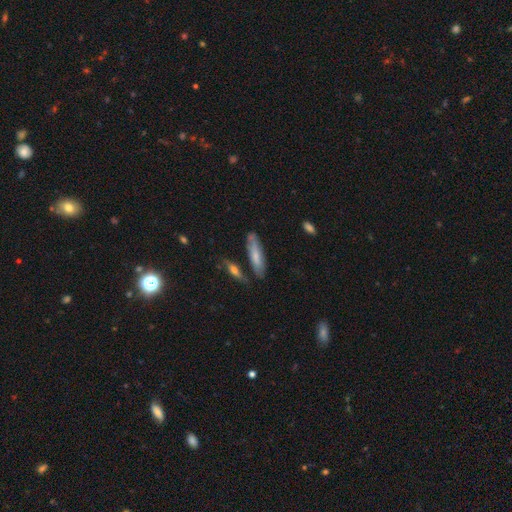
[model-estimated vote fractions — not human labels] A smooth galaxy with no disk features (65%) that is cigar-shaped (70%). Merging: none (71%).